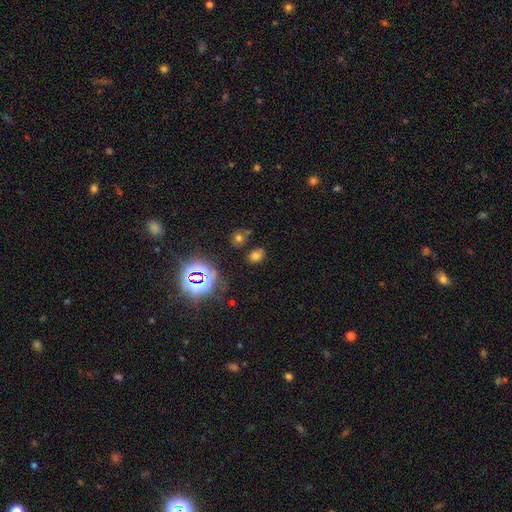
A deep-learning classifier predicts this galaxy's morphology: This is likely a smooth galaxy (63%). How rounded: likely in between (66%). Merging: likely none (74%).